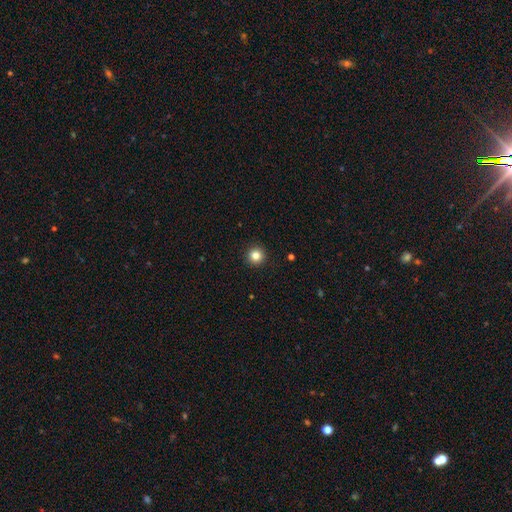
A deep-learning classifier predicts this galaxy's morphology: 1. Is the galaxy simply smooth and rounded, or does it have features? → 83% smooth, 12% star or artifact, 5% featured or disk.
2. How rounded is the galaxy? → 96% round, 3% in between, 1% cigar-shaped.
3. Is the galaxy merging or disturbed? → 93% none, 4% minor disturbance, 1% major disturbance, 1% merger.